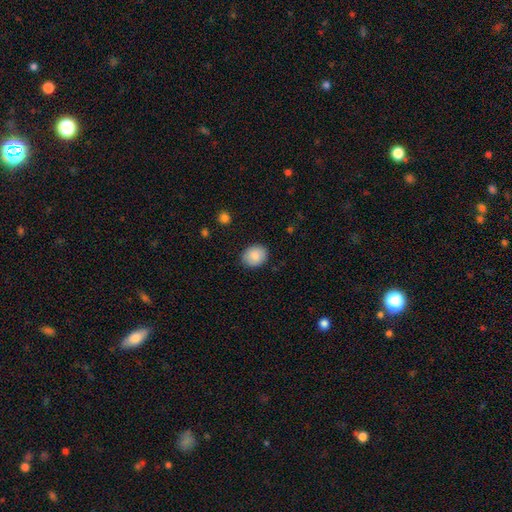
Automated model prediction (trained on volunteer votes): This appears to be a smooth galaxy with no disk features (88%) that is round (55%). Merging: none (87%).